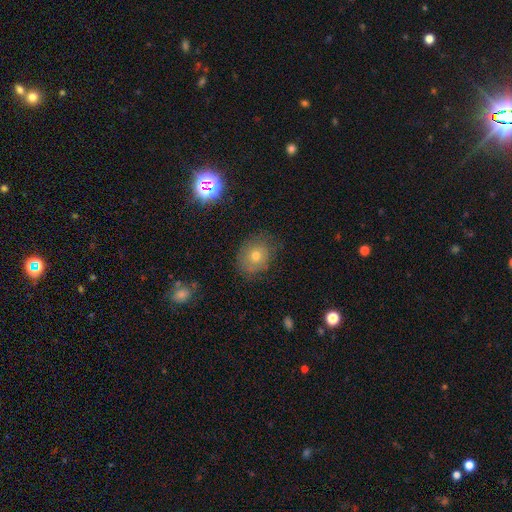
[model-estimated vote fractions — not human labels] smooth-or-featured: smooth: 66% | featured or disk: 18% | star or artifact: 16%
  how-rounded: round: 64% | in between: 35% | cigar-shaped: 1%
  merging: none: 75% | minor disturbance: 18% | major disturbance: 6% | merger: 1%